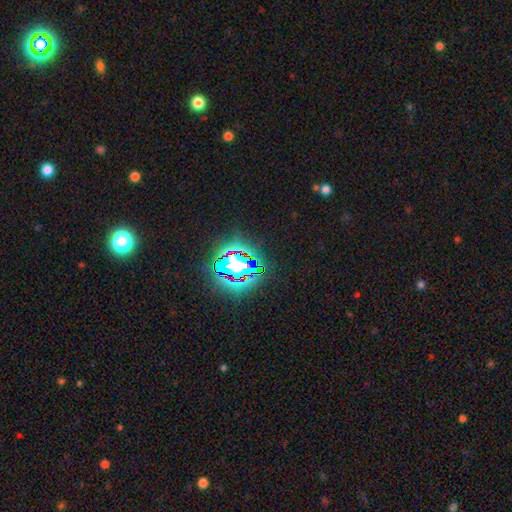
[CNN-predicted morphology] Overall: star or artifact (84%).